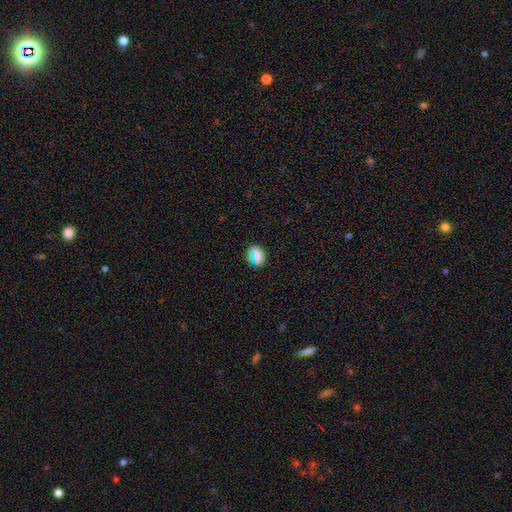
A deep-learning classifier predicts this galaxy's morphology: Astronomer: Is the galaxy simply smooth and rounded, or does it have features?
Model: smooth — 72%.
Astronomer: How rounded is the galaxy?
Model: round — 61%.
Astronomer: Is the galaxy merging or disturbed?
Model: none — 85%.